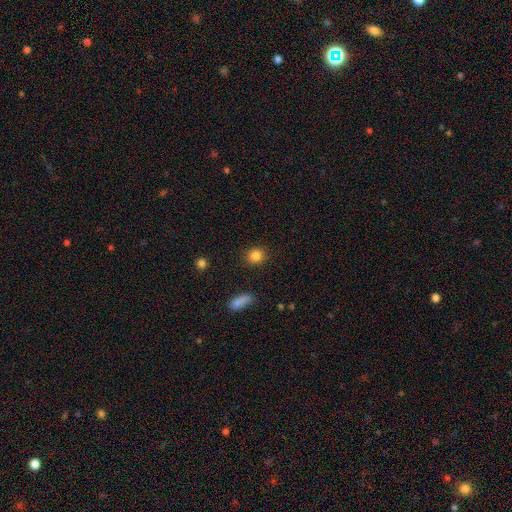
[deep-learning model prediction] A smooth galaxy with no disk features (85%) that is round (82%).

Vote fractions:
- Smooth or featured? smooth: 85% / star or artifact: 10% / featured or disk: 5%
- How rounded? round: 82% / in between: 17% / cigar-shaped: 1%
- Merging? none: 89% / minor disturbance: 7% / major disturbance: 2% / merger: 2%